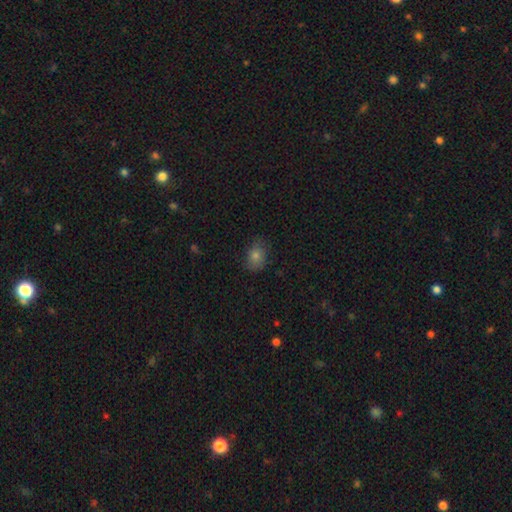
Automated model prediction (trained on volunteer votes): A smooth galaxy with no disk features (77%) that is in between round and cigar-shaped (61%). Merging: none (74%).